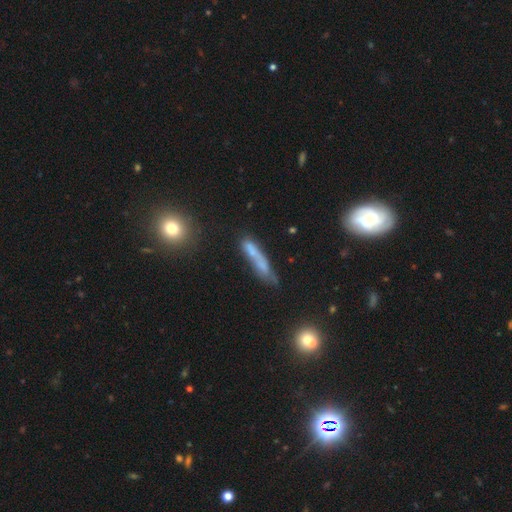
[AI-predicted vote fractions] This appears to be a smooth galaxy with no disk features (48%). Merging: none (49%).